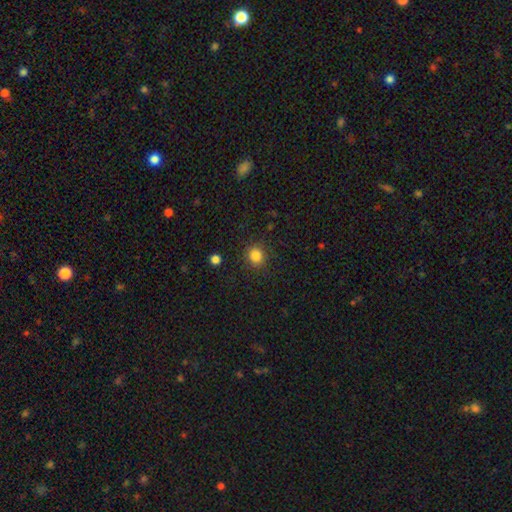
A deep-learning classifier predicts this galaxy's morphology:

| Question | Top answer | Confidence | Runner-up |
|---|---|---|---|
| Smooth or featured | smooth | 84% | star or artifact (12%) |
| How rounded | round | 87% | in between (12%) |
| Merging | none | 88% | minor disturbance (8%) |